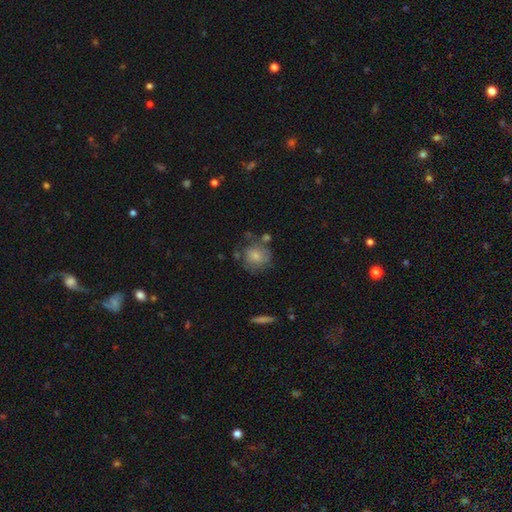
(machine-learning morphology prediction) A smooth galaxy with no disk features (73%) that is round (81%). Merging: none (57%).